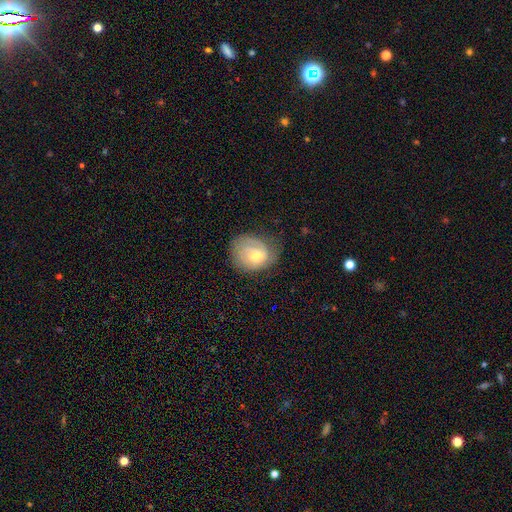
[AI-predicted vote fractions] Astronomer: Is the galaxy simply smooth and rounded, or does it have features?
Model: smooth — 50% (runner-up: featured or disk, 43%).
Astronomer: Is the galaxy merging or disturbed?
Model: none — 57%.